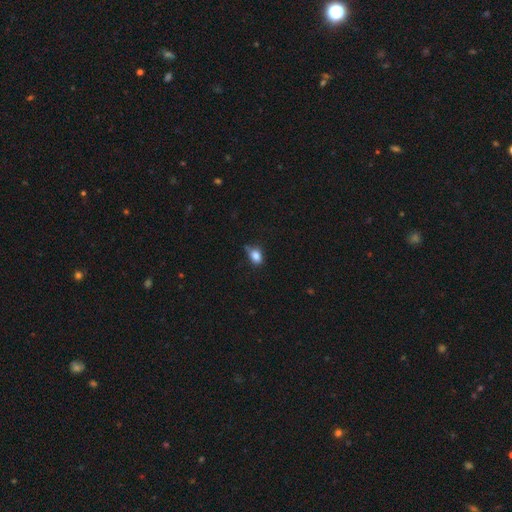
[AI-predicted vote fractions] Smooth or featured?
  - smooth: 83% *
  - star or artifact: 10%
  - featured or disk: 7%
How rounded?
  - in between: 71% *
  - round: 27%
  - cigar-shaped: 2%
Merging?
  - none: 57% *
  - minor disturbance: 32%
  - major disturbance: 6%
  - merger: 5%